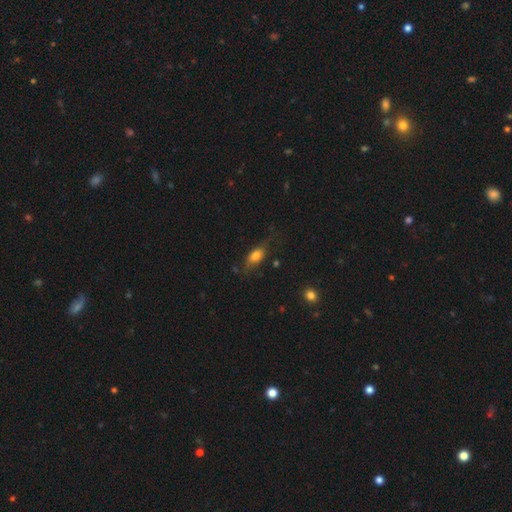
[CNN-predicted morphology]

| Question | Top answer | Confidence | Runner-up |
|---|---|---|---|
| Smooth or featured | smooth | 73% | featured or disk (18%) |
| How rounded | in between | 81% | cigar-shaped (12%) |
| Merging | none | 63% | minor disturbance (24%) |